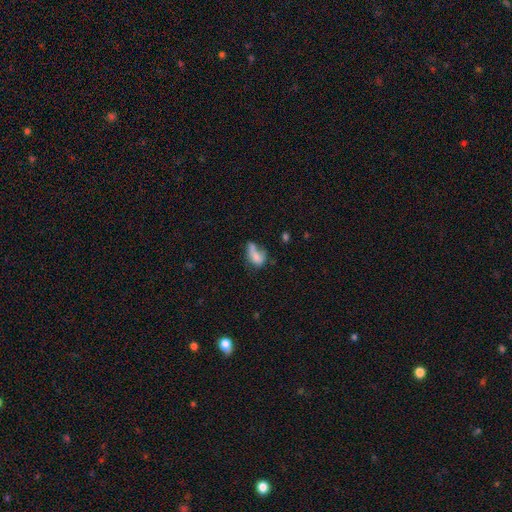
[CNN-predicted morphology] Overall: smooth (65%). How rounded: in between (83%). Merging: major disturbance (28%; none 25%).